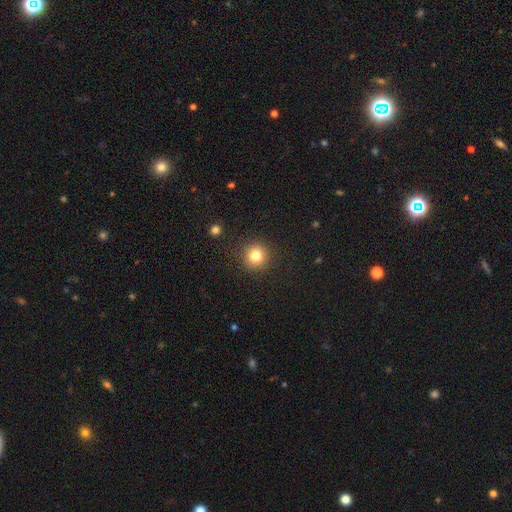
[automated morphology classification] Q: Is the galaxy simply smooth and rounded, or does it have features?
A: smooth — 80%.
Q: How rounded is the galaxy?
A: round — 93%.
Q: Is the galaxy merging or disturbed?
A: none — 91%.